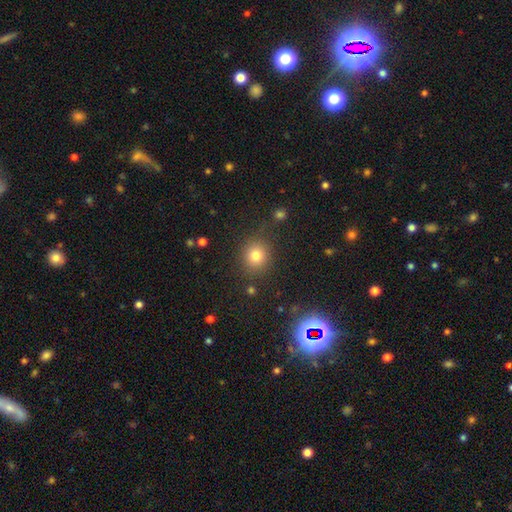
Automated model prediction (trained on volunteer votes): This is likely a smooth galaxy (79%). How rounded: clearly round (86%). Merging: clearly none (84%).